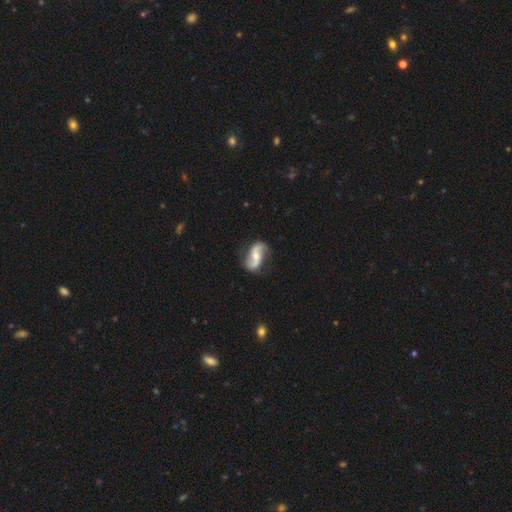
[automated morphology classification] Smooth or featured: featured or disk — 85% (smooth — 10%)
Edge-on disk: no — 97% (yes — 3%)
Bar: no — 44% (weak — 34%)
Spiral arms: yes — 95% (no — 5%)
Spiral winding: loose — 69% (medium — 24%)
Spiral arm count: 2 — 93% (can't tell — 2%)
Bulge size: moderate — 55% (small — 38%)
Merging: none — 78% (minor disturbance — 15%)